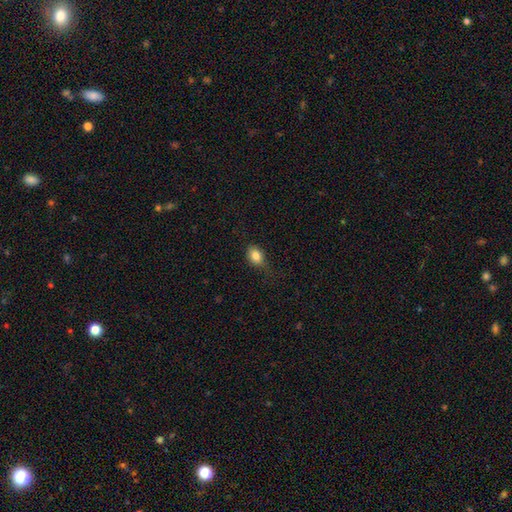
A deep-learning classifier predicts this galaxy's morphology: This is clearly a smooth galaxy (83%). How rounded: likely in between (72%). Merging: likely none (70%).